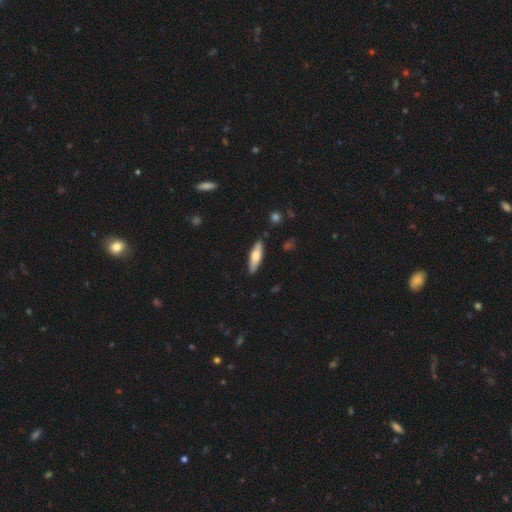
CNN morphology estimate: Q: Smooth or featured?
A: smooth (64%); runner-up: featured or disk (31%)
Q: How rounded?
A: cigar-shaped (60%); runner-up: in between (38%)
Q: Merging?
A: none (87%); runner-up: minor disturbance (10%)